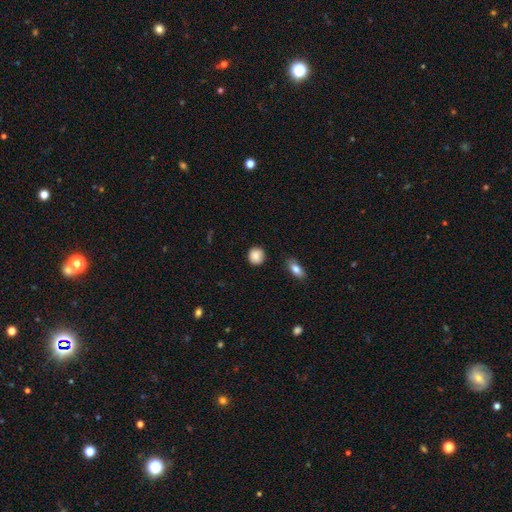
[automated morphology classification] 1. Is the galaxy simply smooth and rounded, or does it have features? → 87% smooth, 7% star or artifact, 6% featured or disk.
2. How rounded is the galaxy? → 88% round, 11% in between, 1% cigar-shaped.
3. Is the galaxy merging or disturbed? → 87% none, 9% minor disturbance, 2% major disturbance, 2% merger.